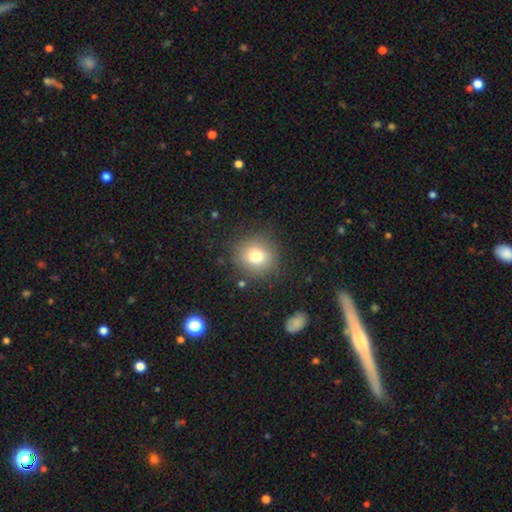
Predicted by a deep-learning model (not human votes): Morphology: type=smooth (78%); roundness=round (87%); merging=none (85%).